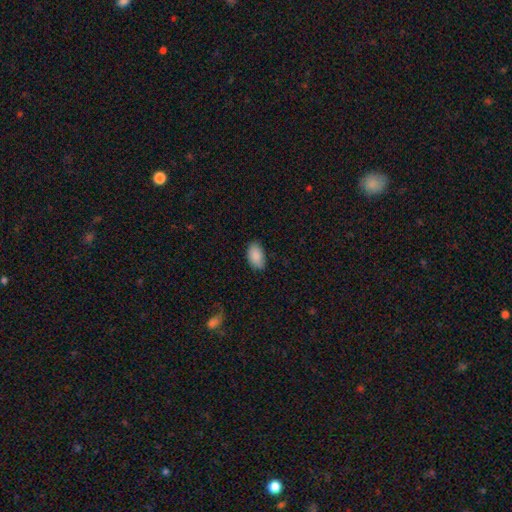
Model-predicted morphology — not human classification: Smooth or featured? Predicted: smooth (p=0.89). How rounded? Predicted: in between (p=0.94). Merging? Predicted: none (p=0.83).